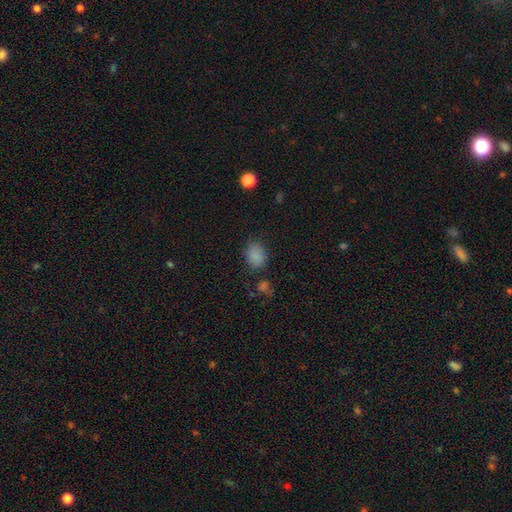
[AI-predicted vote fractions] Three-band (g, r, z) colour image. It shows a smooth galaxy with no disk features (84%) that is in between round and cigar-shaped (64%). Merging: none (76%).